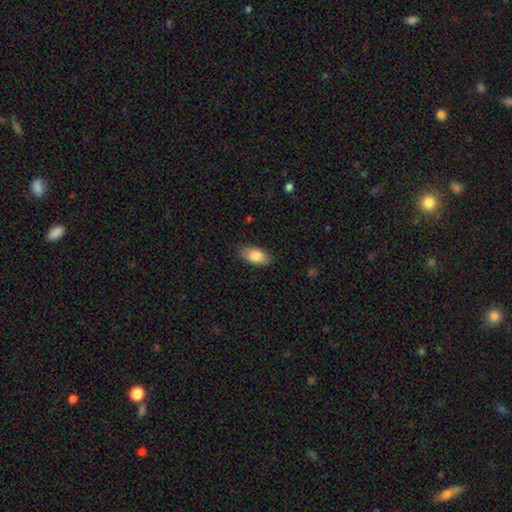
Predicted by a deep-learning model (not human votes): Smooth or featured? smooth (83%)
How rounded? in between (92%)
Merging? none (84%)